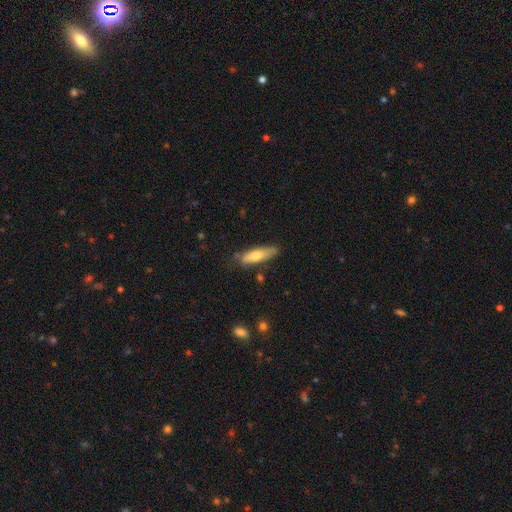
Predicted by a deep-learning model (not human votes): This is likely a smooth galaxy (68%). How rounded: likely cigar-shaped (64%). Merging: likely none (71%).